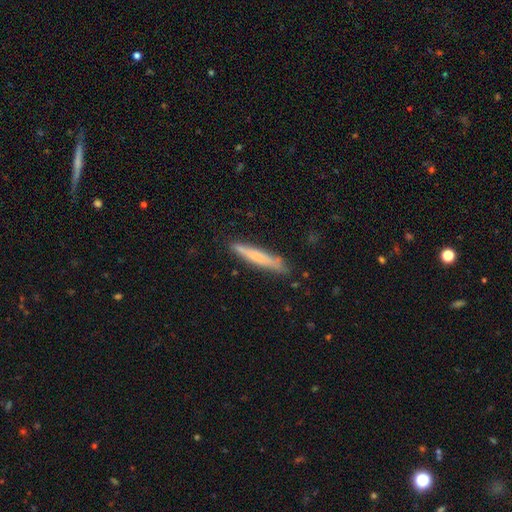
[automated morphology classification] This is likely a smooth galaxy (66%). How rounded: clearly cigar-shaped (94%). Merging: clearly none (85%).